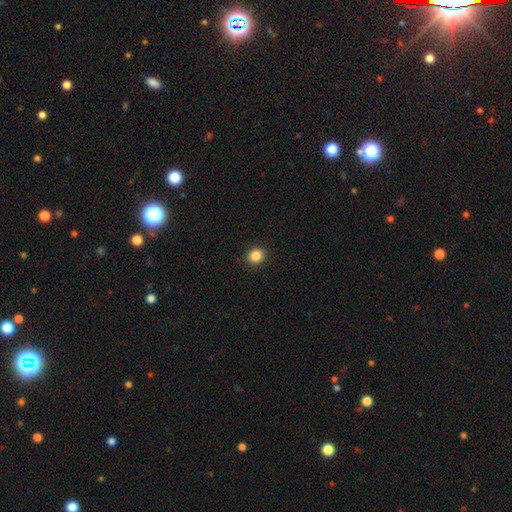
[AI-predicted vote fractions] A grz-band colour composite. It shows a smooth galaxy with no disk features (87%) that is round (83%). Merging: none (92%).